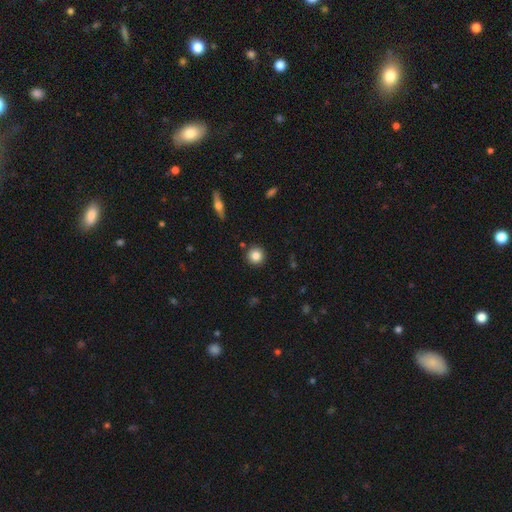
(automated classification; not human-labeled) Smooth or featured?
  - smooth: 83% *
  - star or artifact: 9%
  - featured or disk: 7%
How rounded?
  - round: 94% *
  - in between: 5%
  - cigar-shaped: 1%
Merging?
  - none: 90% *
  - minor disturbance: 6%
  - merger: 2%
  - major disturbance: 2%